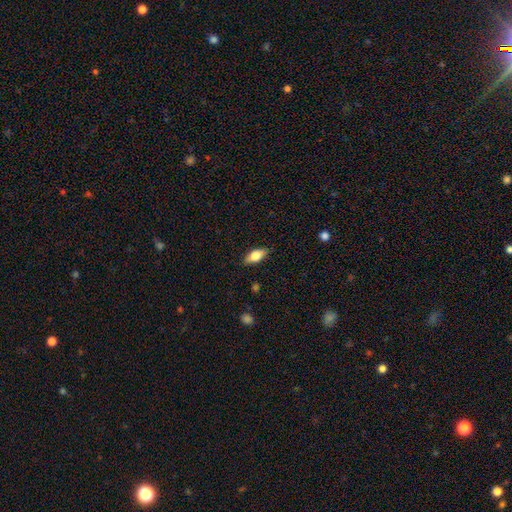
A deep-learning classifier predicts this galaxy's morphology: smooth 68%, featured or disk 25%, star or artifact 7%. Down the decision tree: how rounded — in between (81%); merging — none (86%).